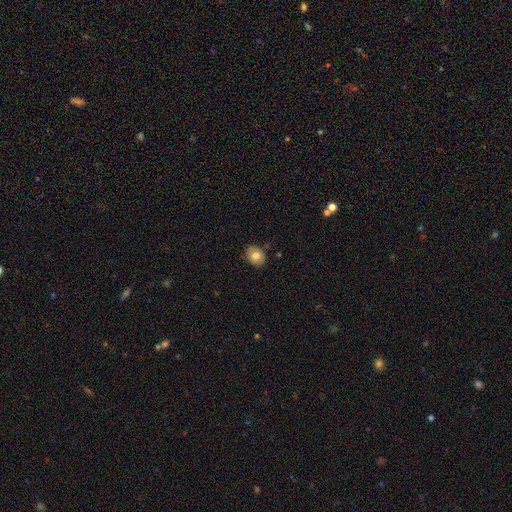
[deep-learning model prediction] smooth_or_featured: smooth (p=0.75) [alt: featured or disk p=0.16]
how_rounded: round (p=0.53) [alt: in between p=0.47]
merging: none (p=0.84) [alt: minor disturbance p=0.12]